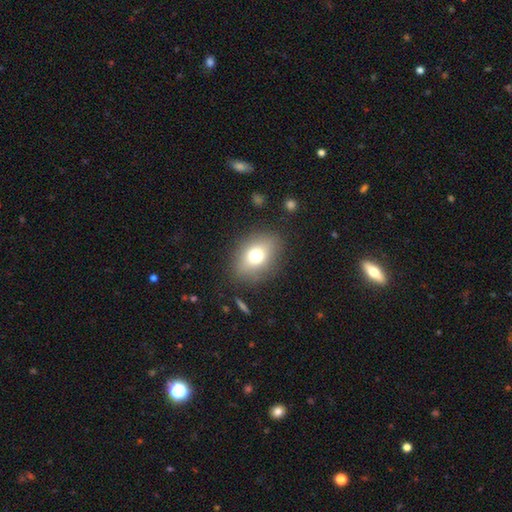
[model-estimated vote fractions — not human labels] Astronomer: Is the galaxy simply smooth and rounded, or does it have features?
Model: smooth — 73%.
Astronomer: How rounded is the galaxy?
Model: in between — 72%.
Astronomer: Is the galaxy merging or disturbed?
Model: none — 83%.